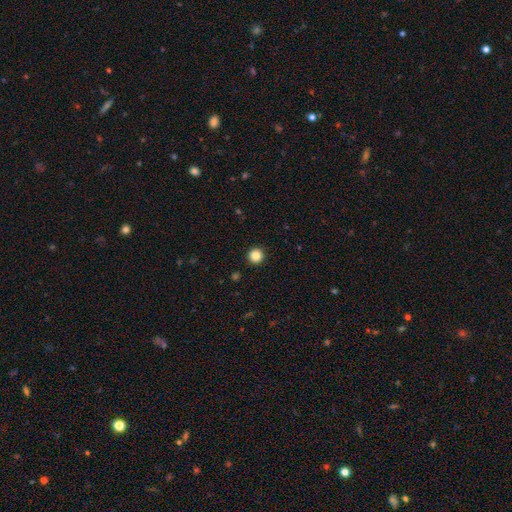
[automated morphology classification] Smooth or featured?
  - smooth: 85% *
  - star or artifact: 10%
  - featured or disk: 4%
How rounded?
  - round: 95% *
  - in between: 4%
  - cigar-shaped: 1%
Merging?
  - none: 93% *
  - minor disturbance: 4%
  - major disturbance: 2%
  - merger: 1%